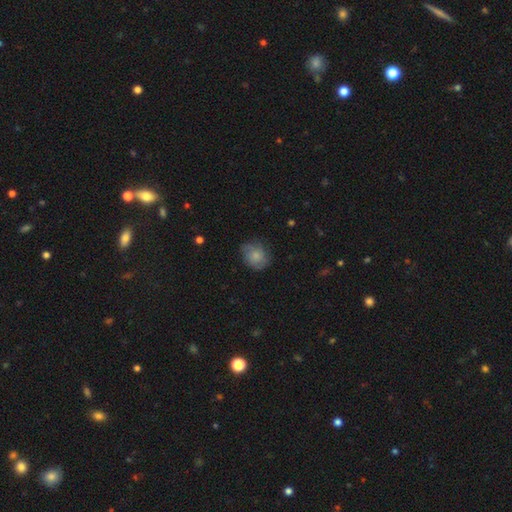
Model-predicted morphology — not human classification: Smooth or featured: smooth — 67% (featured or disk — 25%)
How rounded: round — 66% (in between — 33%)
Merging: none — 68% (minor disturbance — 24%)